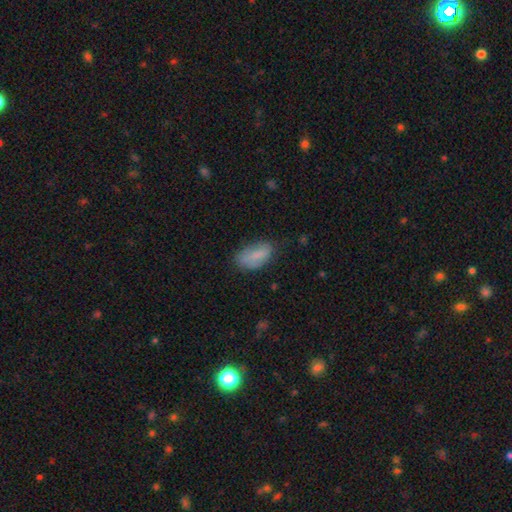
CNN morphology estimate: A smooth galaxy with no disk features (80%) that is in between round and cigar-shaped (92%).

Vote fractions:
- Smooth or featured? smooth: 80% / featured or disk: 12% / star or artifact: 8%
- How rounded? in between: 92% / cigar-shaped: 5% / round: 3%
- Merging? none: 62% / minor disturbance: 28% / major disturbance: 8% / merger: 2%